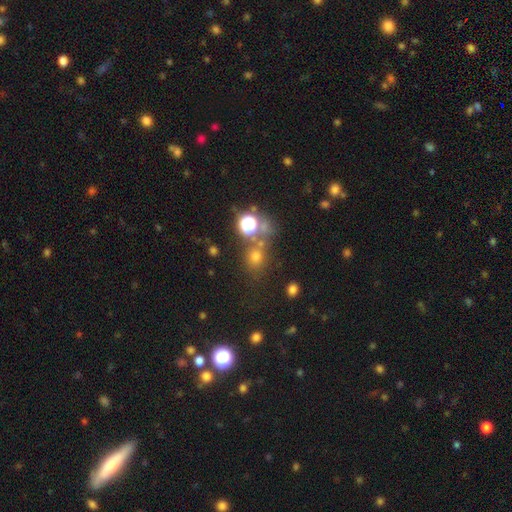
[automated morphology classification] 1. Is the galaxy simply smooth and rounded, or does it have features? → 56% smooth, 36% star or artifact, 9% featured or disk.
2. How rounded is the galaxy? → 82% round, 16% in between, 1% cigar-shaped.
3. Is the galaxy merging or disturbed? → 69% none, 15% merger, 10% minor disturbance, 6% major disturbance.